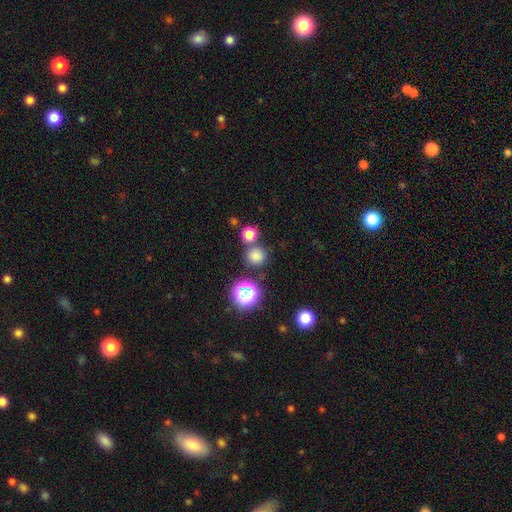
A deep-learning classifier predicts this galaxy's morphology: This appears to be a smooth galaxy with no disk features (73%) that is round (89%). Merging: none (74%).